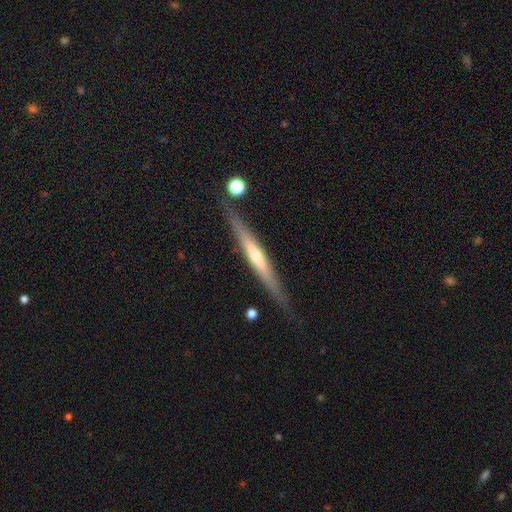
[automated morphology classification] type=featured or disk (71%); edge-on=yes (97%); edge-on bulge=rounded (55%); merging=none (85%).